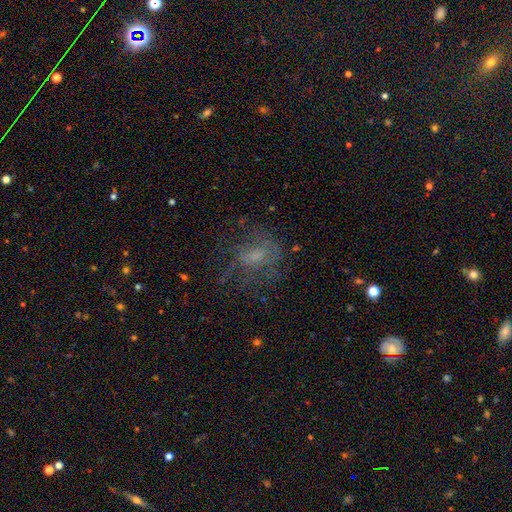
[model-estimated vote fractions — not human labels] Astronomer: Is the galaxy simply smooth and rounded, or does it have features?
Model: featured or disk — 47% (runner-up: smooth, 35%).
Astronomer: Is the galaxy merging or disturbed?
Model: none — 50% (runner-up: major disturbance, 30%).